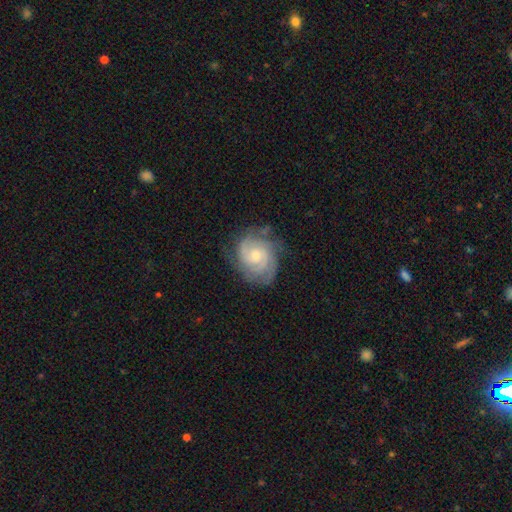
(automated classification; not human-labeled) Smooth or featured? Predicted: featured or disk (p=0.82). Edge-on disk? Predicted: no (p=0.98). Bar? Predicted: no (p=0.69). Spiral arms? Predicted: yes (p=0.96). Spiral winding? Predicted: tight (p=0.61). Spiral arm count? Predicted: 2 (p=0.31). Bulge size? Predicted: moderate (p=0.50). Merging? Predicted: none (p=0.73).